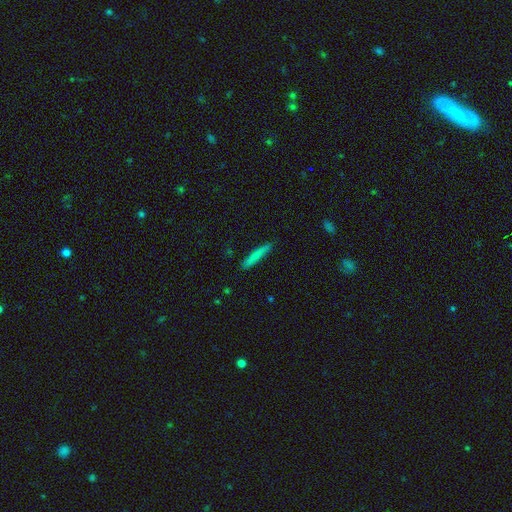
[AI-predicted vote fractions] smooth 76%, featured or disk 18%, star or artifact 6%. Down the decision tree: how rounded — cigar-shaped (94%); merging — none (86%).